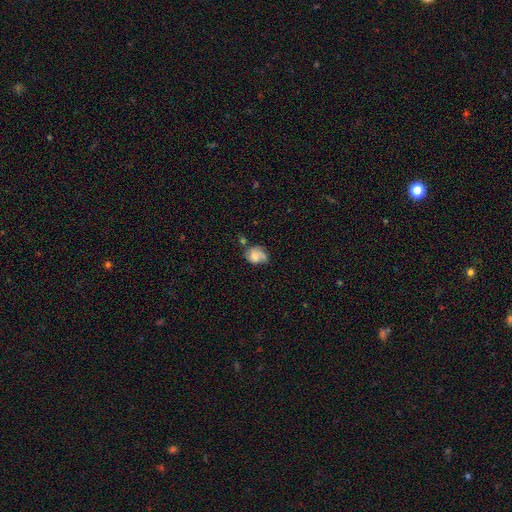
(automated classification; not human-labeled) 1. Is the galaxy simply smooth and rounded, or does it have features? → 54% smooth, 36% featured or disk, 9% star or artifact.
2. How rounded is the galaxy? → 54% in between, 45% round, 1% cigar-shaped.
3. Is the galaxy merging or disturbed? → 38% none, 32% minor disturbance, 20% major disturbance, 10% merger.